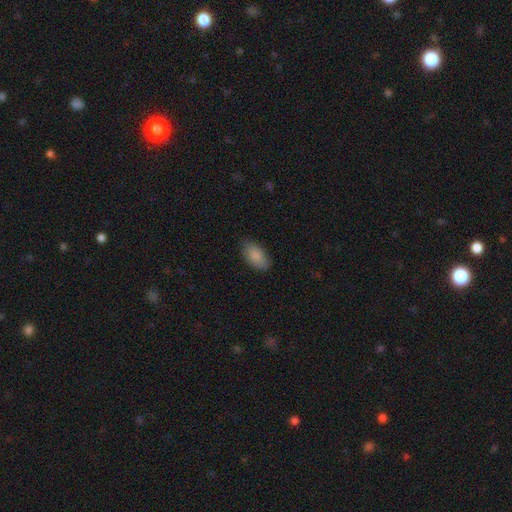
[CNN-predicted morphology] smooth_or_featured: smooth (p=0.87) [alt: featured or disk p=0.07]
how_rounded: in between (p=0.94) [alt: round p=0.03]
merging: none (p=0.81) [alt: minor disturbance p=0.15]